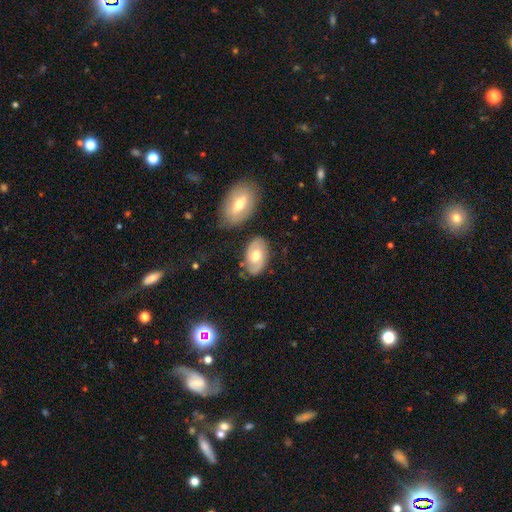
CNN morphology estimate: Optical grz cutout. It shows a featured or disk galaxy (51%). Merging: none (73%).